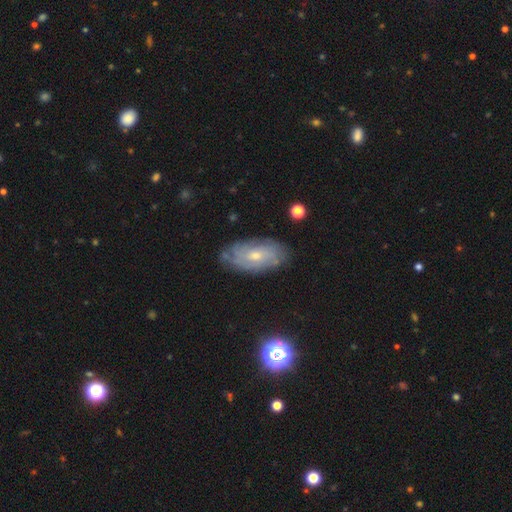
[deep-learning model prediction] The model was most divided on "bulge size": small: 56%, moderate: 40%, none: 2%, large: 2%, dominant: 1%. More confident: edge-on disk — no (92%); spiral arms — yes (79%); merging — none (74%); bar — no (71%); smooth or featured — featured or disk (64%).